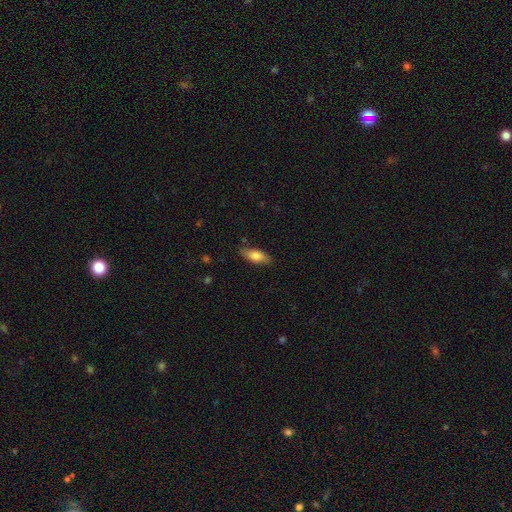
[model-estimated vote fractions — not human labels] A smooth galaxy with no disk features (76%) that is in between round and cigar-shaped (75%). Merging: none (83%).